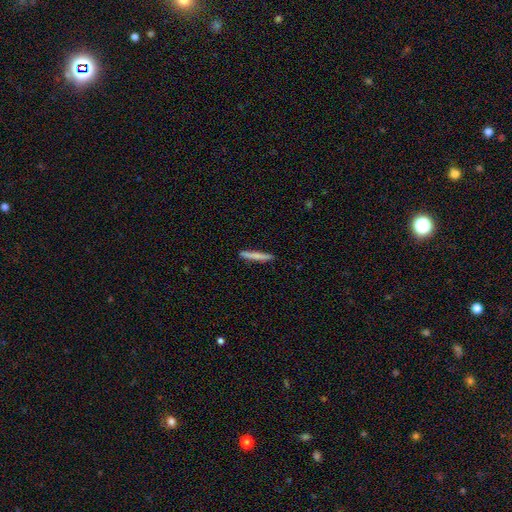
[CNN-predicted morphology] Smooth or featured: smooth — 73% (featured or disk — 22%)
How rounded: cigar-shaped — 95% (in between — 3%)
Merging: none — 90% (minor disturbance — 7%)